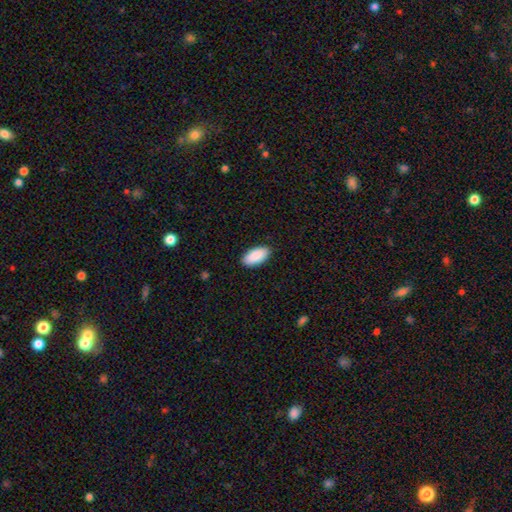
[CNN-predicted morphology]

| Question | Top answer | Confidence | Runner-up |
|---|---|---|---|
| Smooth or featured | smooth | 91% | star or artifact (6%) |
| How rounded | in between | 94% | cigar-shaped (4%) |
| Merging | none | 89% | minor disturbance (8%) |